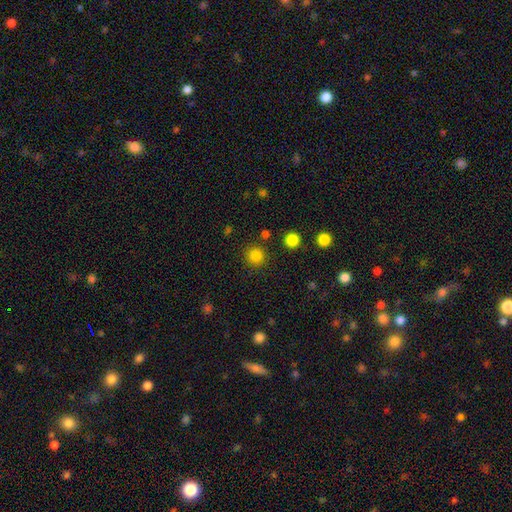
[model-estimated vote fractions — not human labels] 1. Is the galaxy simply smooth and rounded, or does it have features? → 83% smooth, 13% star or artifact, 3% featured or disk.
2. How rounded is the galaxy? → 94% round, 5% in between, 1% cigar-shaped.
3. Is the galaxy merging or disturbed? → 89% none, 6% minor disturbance, 3% merger, 3% major disturbance.